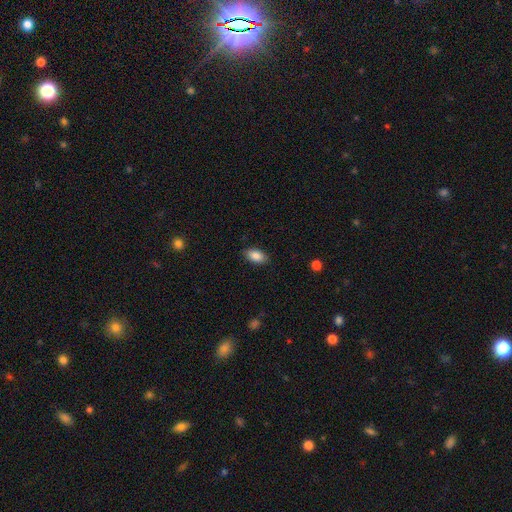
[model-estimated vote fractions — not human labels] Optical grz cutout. It shows a smooth galaxy with no disk features (87%) that is in between round and cigar-shaped (93%). Merging: none (87%).